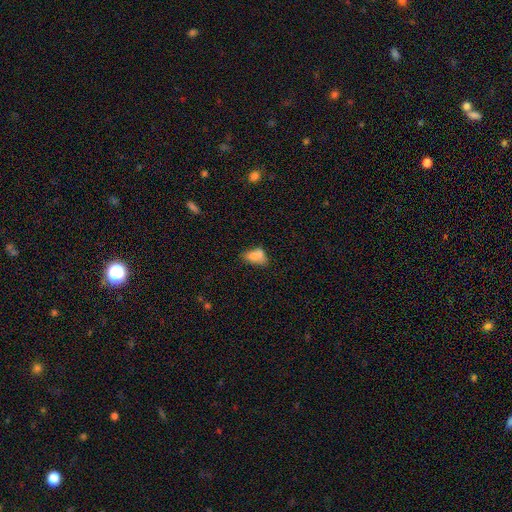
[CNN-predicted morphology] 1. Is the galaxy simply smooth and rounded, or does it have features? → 75% smooth, 15% featured or disk, 10% star or artifact.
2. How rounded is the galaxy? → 86% in between, 10% round, 3% cigar-shaped.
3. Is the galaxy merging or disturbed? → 36% none, 28% merger, 25% minor disturbance, 11% major disturbance.